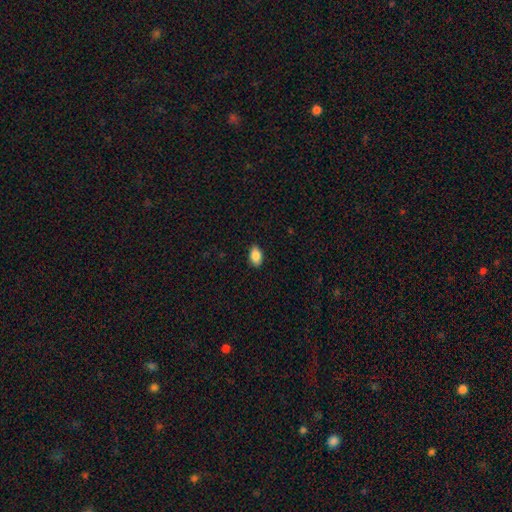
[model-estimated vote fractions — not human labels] This appears to be a smooth galaxy with no disk features (87%) that is in between round and cigar-shaped (90%). Merging: none (88%).